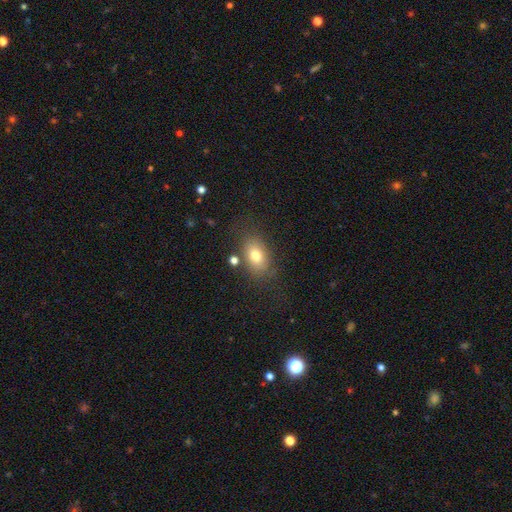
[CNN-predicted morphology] type=smooth (76%); roundness=in between (80%); merging=none (75%).